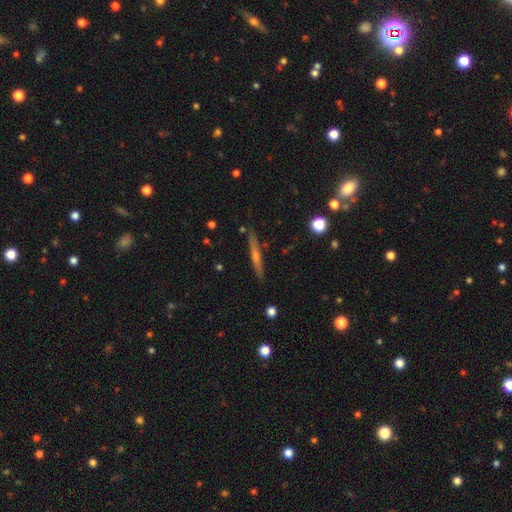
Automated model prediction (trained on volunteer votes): This appears to be a featured or disk galaxy (64%) viewed edge-on (97%) with a rounded central bulge (67%). Merging: none (89%).